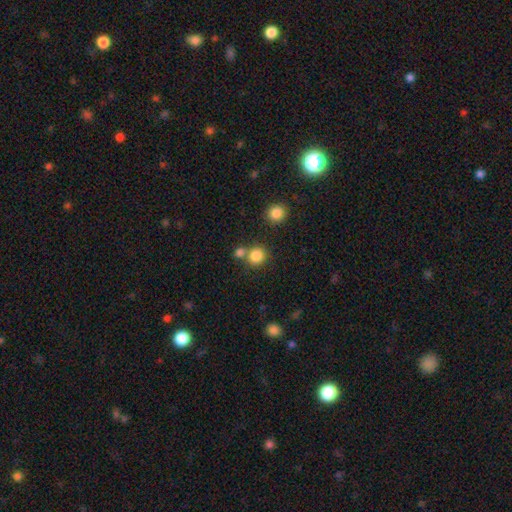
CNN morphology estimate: The model was most divided on "merging": none: 64%, merger: 24%, minor disturbance: 8%, major disturbance: 3%. More confident: how rounded — round (88%); smooth or featured — smooth (83%).